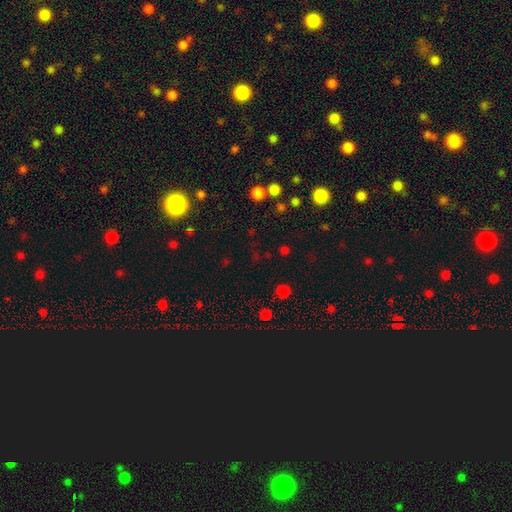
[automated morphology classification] star or artifact 51%, smooth 42%, featured or disk 7%.